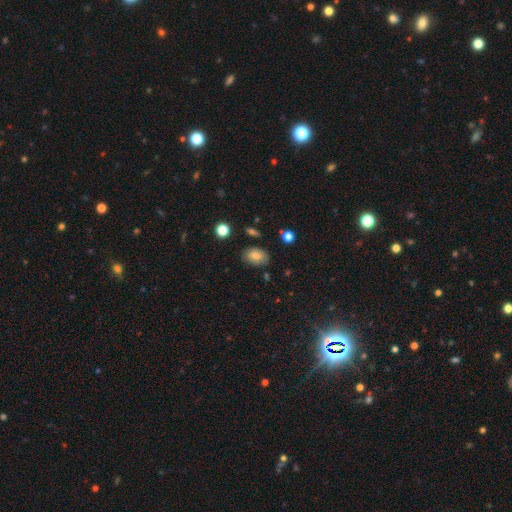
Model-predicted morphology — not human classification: Smooth or featured: smooth — 78% (featured or disk — 12%)
How rounded: in between — 84% (round — 14%)
Merging: none — 80% (minor disturbance — 14%)